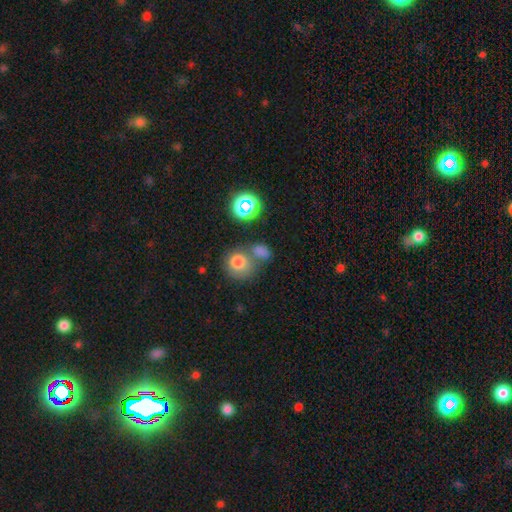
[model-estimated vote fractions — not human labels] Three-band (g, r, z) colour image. It shows a smooth galaxy with no disk features (67%) that is round (84%). Merging: none (58%).